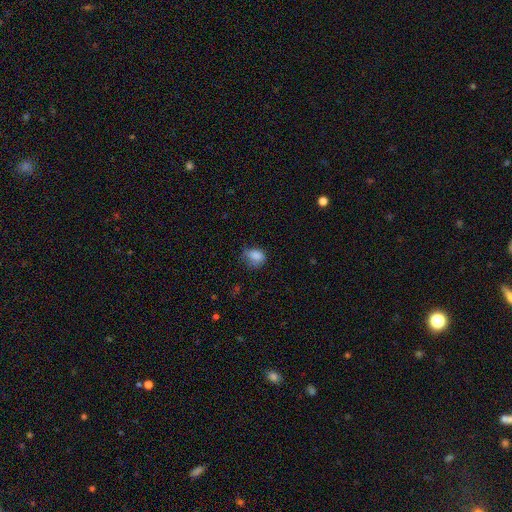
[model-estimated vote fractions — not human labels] Morphology: type=smooth (81%); roundness=in between (63%); merging=none (45%).